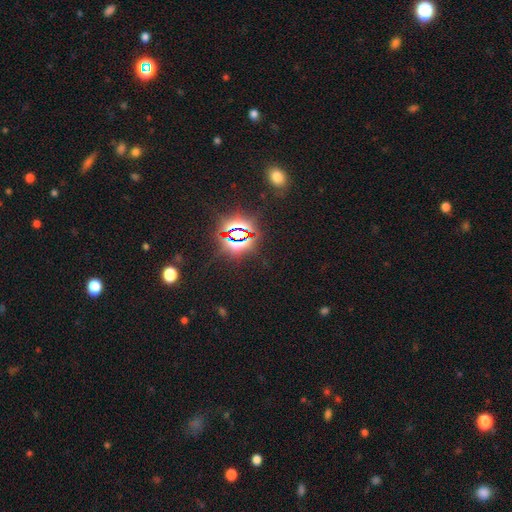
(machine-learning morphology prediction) The model was most divided on "smooth or featured": star or artifact: 81%, smooth: 12%, featured or disk: 7%.